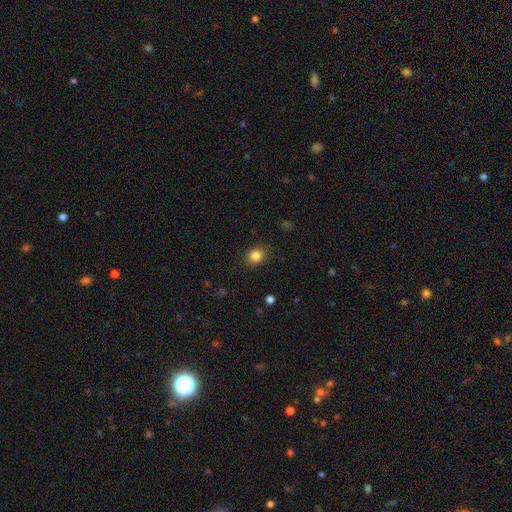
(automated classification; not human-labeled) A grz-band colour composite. It shows a smooth galaxy with no disk features (85%) that is round (64%). Merging: none (87%).